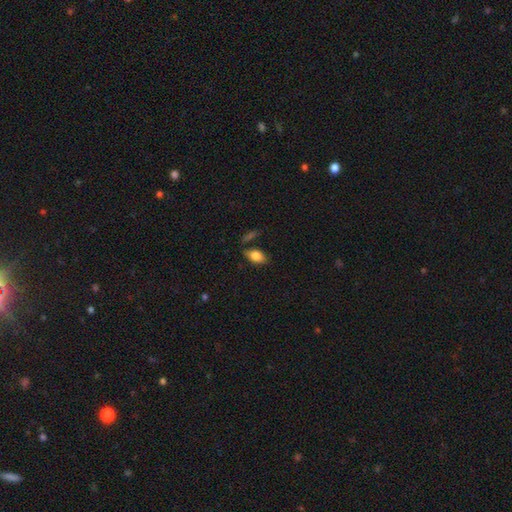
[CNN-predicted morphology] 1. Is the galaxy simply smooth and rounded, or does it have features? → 80% smooth, 12% featured or disk, 8% star or artifact.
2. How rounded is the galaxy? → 89% in between, 6% round, 4% cigar-shaped.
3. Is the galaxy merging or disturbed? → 74% none, 16% minor disturbance, 6% merger, 4% major disturbance.